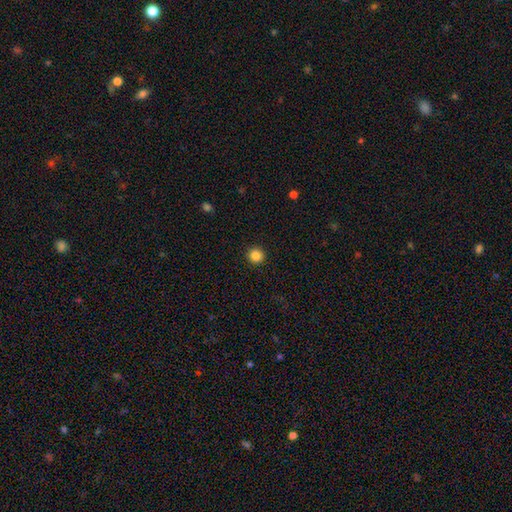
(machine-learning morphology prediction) Smooth or featured? smooth (86%)
How rounded? round (95%)
Merging? none (93%)